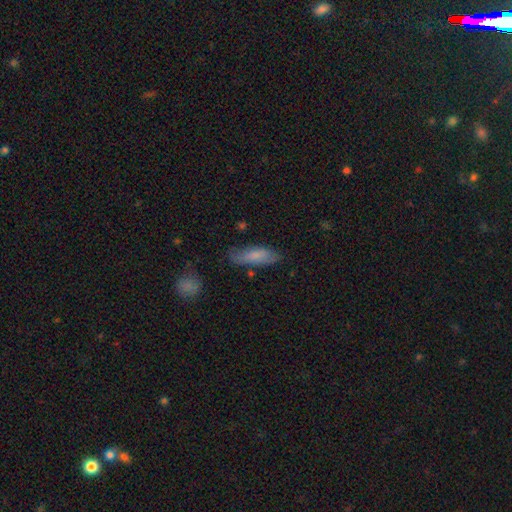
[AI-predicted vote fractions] Smooth or featured: smooth — 76% (featured or disk — 17%)
How rounded: in between — 57% (cigar-shaped — 41%)
Merging: none — 70% (minor disturbance — 22%)